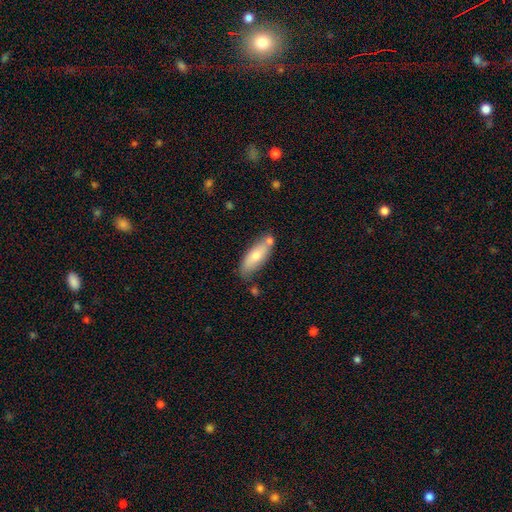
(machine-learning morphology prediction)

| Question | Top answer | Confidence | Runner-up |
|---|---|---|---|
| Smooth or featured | smooth | 67% | featured or disk (27%) |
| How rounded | in between | 66% | cigar-shaped (31%) |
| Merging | none | 65% | minor disturbance (17%) |